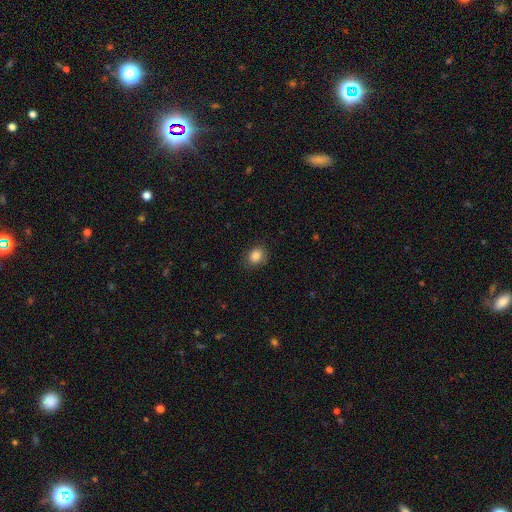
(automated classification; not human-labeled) A smooth galaxy with no disk features (86%) that is round (53%). Merging: none (82%).